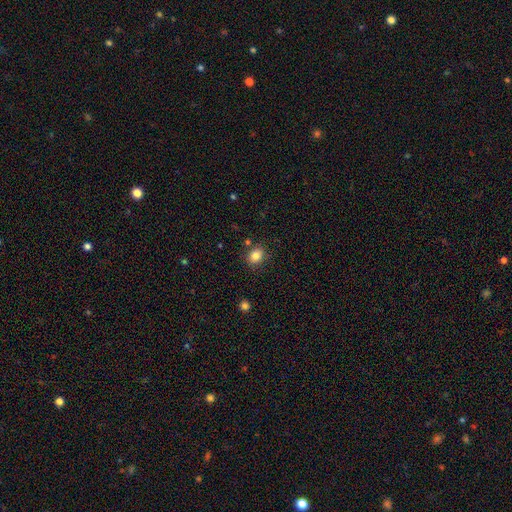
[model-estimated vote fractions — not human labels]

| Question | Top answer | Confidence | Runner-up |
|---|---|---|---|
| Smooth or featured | smooth | 83% | star or artifact (10%) |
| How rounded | in between | 52% | round (47%) |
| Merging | none | 83% | minor disturbance (11%) |